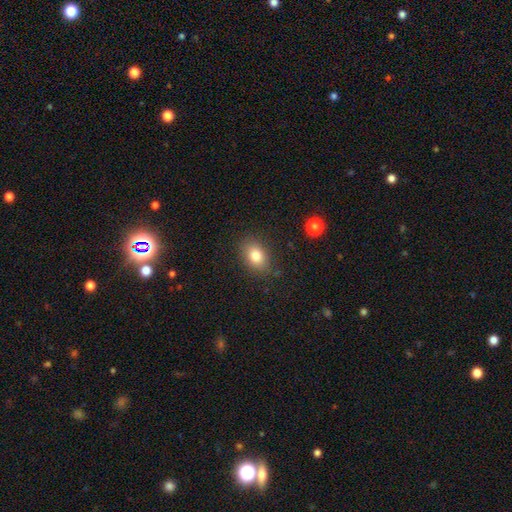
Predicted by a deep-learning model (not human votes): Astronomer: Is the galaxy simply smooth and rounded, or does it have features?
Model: smooth — 79%.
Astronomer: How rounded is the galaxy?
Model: in between — 74%.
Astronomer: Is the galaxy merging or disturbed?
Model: none — 83%.